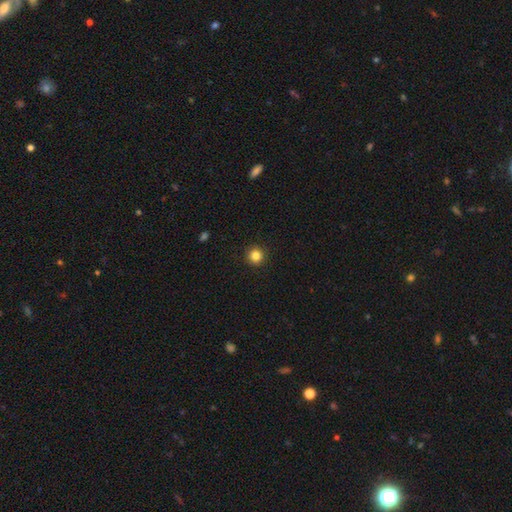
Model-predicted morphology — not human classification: Q: Smooth or featured?
A: smooth (84%); runner-up: star or artifact (11%)
Q: How rounded?
A: round (95%); runner-up: in between (4%)
Q: Merging?
A: none (93%); runner-up: minor disturbance (5%)